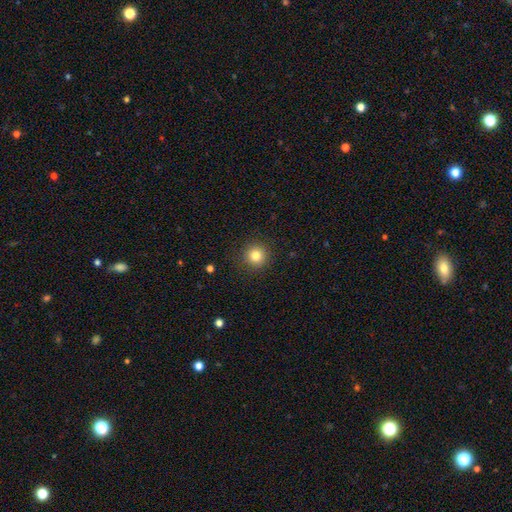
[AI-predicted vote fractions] Overall: smooth (81%). How rounded: round (95%). Merging: none (91%).